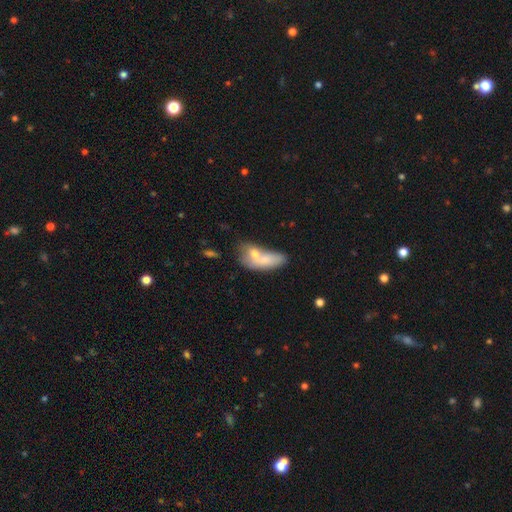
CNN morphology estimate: Smooth or featured? Predicted: smooth (p=0.67). How rounded? Predicted: in between (p=0.76). Merging? Predicted: merger (p=0.57).